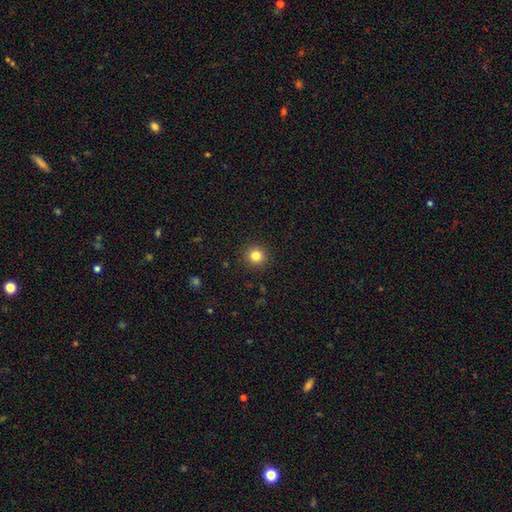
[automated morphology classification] This appears to be a smooth galaxy with no disk features (83%) that is round (94%). Merging: none (92%).